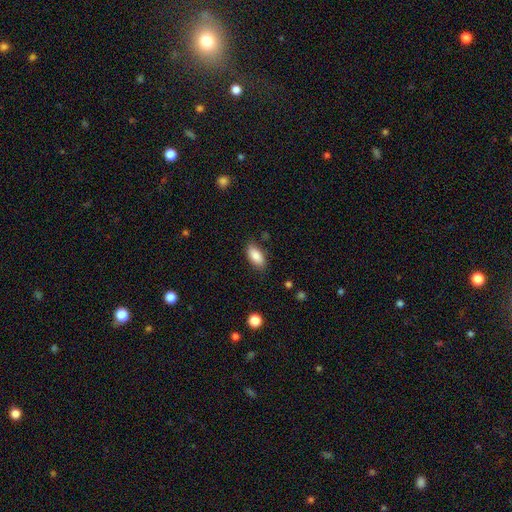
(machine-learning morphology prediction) Q: Smooth or featured?
A: smooth (86%); runner-up: featured or disk (7%)
Q: How rounded?
A: in between (90%); runner-up: cigar-shaped (7%)
Q: Merging?
A: none (81%); runner-up: minor disturbance (15%)